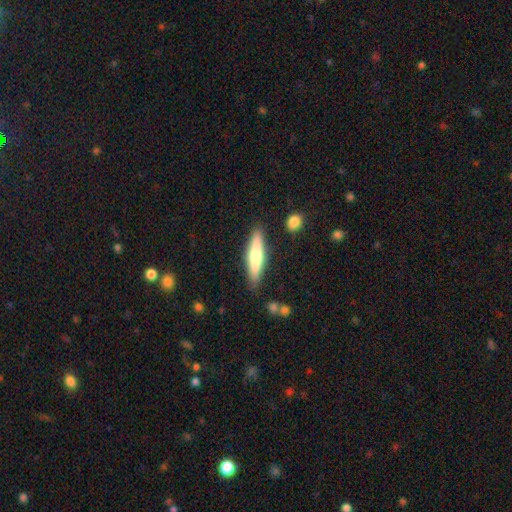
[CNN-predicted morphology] smooth-or-featured: smooth: 58% | featured or disk: 37% | star or artifact: 5%
  how-rounded: cigar-shaped: 78% | in between: 20% | round: 2%
  merging: none: 85% | minor disturbance: 10% | merger: 3% | major disturbance: 2%